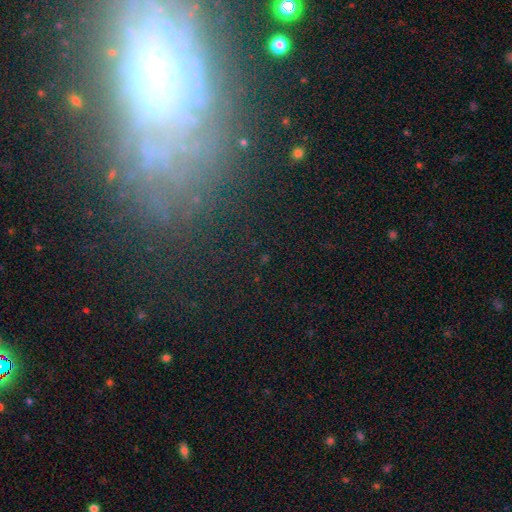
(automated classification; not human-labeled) Morphology: type=featured or disk (48%); merging=none (60%).